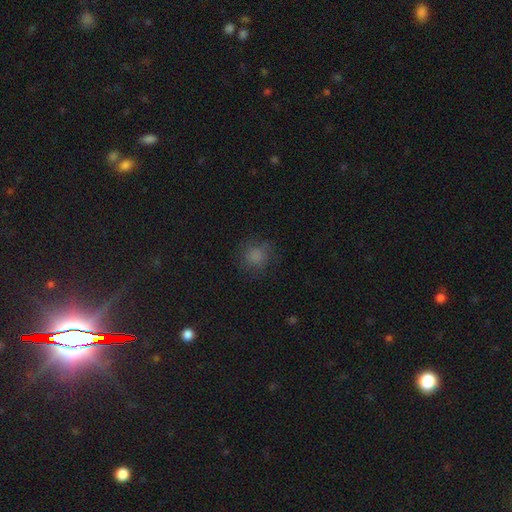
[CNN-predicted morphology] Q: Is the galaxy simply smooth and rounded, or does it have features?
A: smooth — 79%.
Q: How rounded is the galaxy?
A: round — 87%.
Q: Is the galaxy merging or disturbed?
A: none — 76%.